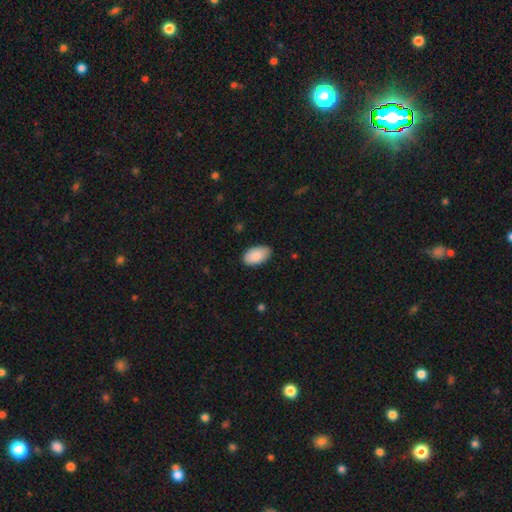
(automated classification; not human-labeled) A smooth galaxy with no disk features (87%) that is in between round and cigar-shaped (95%). Merging: none (83%).